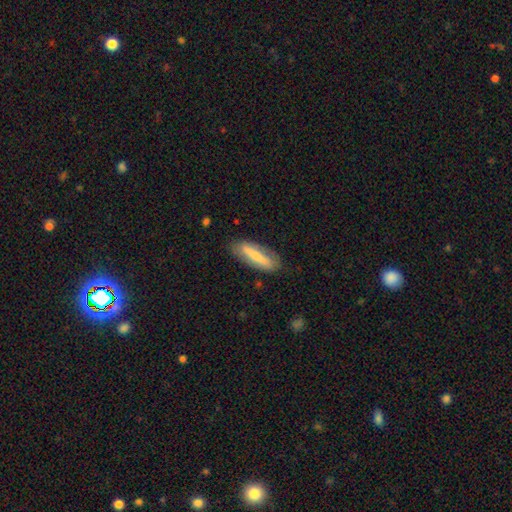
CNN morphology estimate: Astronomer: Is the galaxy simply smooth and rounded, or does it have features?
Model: smooth — 64%.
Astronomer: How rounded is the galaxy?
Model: cigar-shaped — 66%.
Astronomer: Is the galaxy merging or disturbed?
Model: none — 80%.